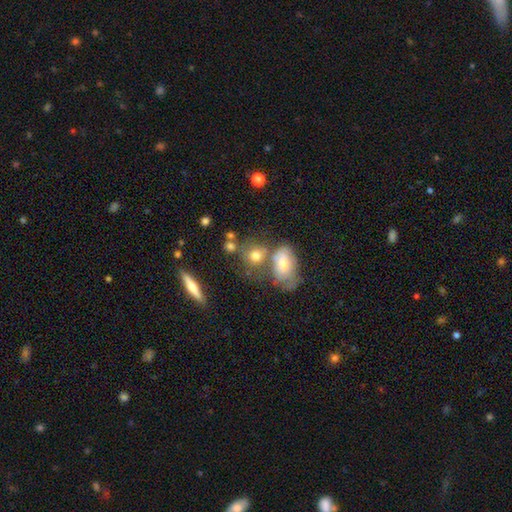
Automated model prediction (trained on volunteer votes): Smooth or featured? Predicted: smooth (p=0.69). How rounded? Predicted: round (p=0.56). Merging? Predicted: none (p=0.41).